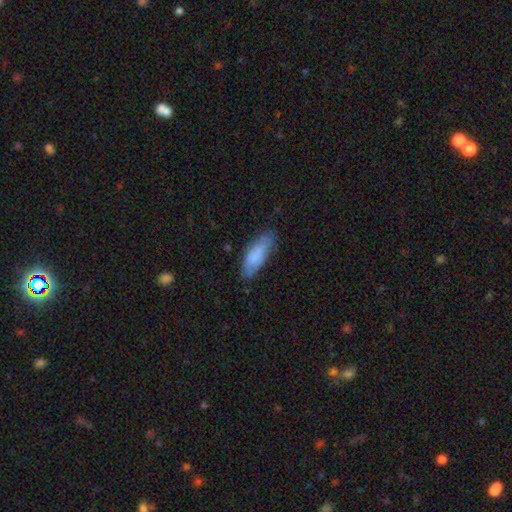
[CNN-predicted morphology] The model was most divided on "how rounded": in between: 63%, cigar-shaped: 36%, round: 2%. More confident: smooth or featured — smooth (83%); merging — none (72%).